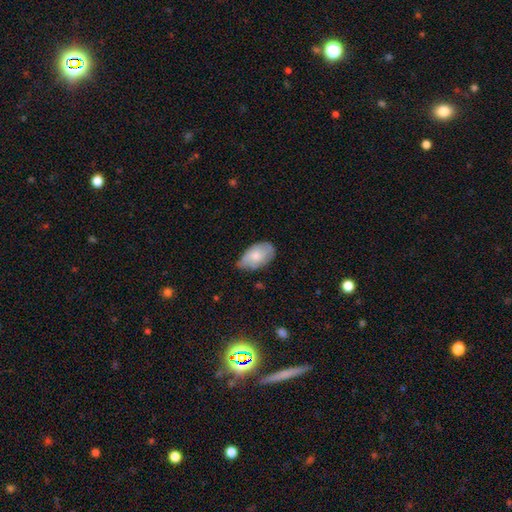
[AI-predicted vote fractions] smooth_or_featured: smooth (p=0.74) [alt: featured or disk p=0.21]
how_rounded: in between (p=0.94) [alt: round p=0.05]
merging: none (p=0.51) [alt: minor disturbance p=0.41]